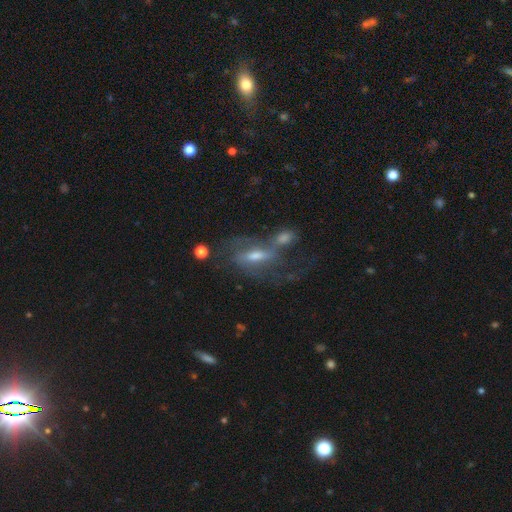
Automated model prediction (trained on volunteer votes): Smooth or featured? Predicted: featured or disk (p=0.70). Edge-on disk? Predicted: no (p=0.85). Bar? Predicted: weak (p=0.43). Spiral arms? Predicted: yes (p=0.77). Bulge size? Predicted: moderate (p=0.53). Merging? Predicted: merger (p=0.33).